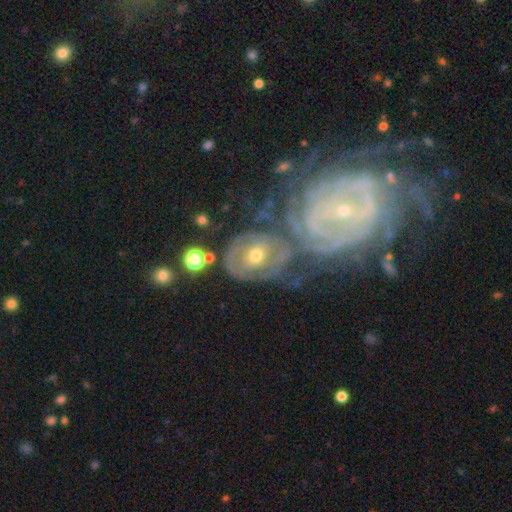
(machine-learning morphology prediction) Smooth or featured: featured or disk — 78% (smooth — 16%)
Edge-on disk: no — 96% (yes — 4%)
Bar: no — 71% (weak — 21%)
Spiral arms: yes — 82% (no — 18%)
Spiral winding: tight — 72% (medium — 21%)
Spiral arm count: can't tell — 41% (2 — 22%)
Bulge size: moderate — 57% (small — 36%)
Merging: none — 39% (merger — 33%)